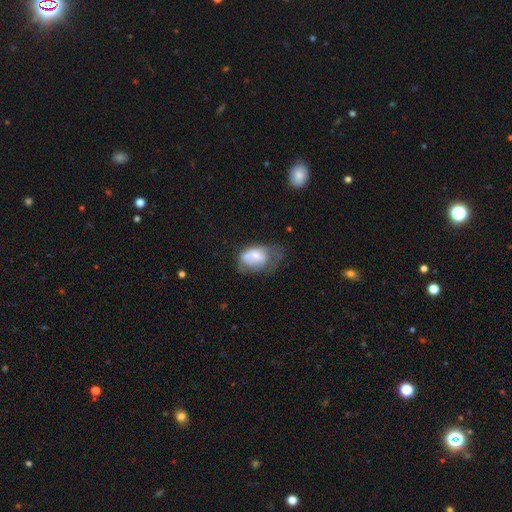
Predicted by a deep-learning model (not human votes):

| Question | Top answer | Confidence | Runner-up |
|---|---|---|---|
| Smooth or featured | smooth | 47% | featured or disk (45%) |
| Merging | major disturbance | 33% | minor disturbance (26%) |